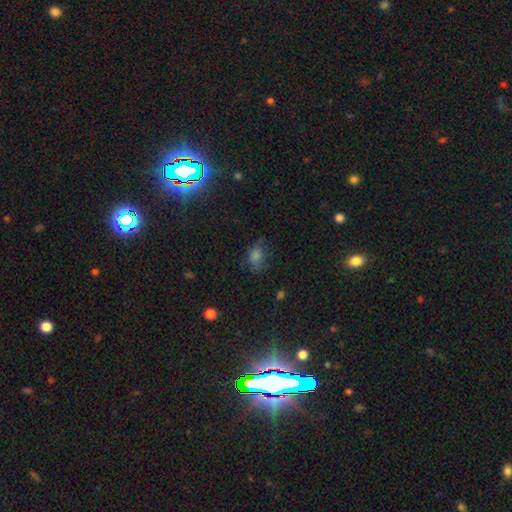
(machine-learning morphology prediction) Q: Smooth or featured?
A: smooth (60%); runner-up: star or artifact (30%)
Q: How rounded?
A: in between (64%); runner-up: round (35%)
Q: Merging?
A: none (69%); runner-up: minor disturbance (21%)